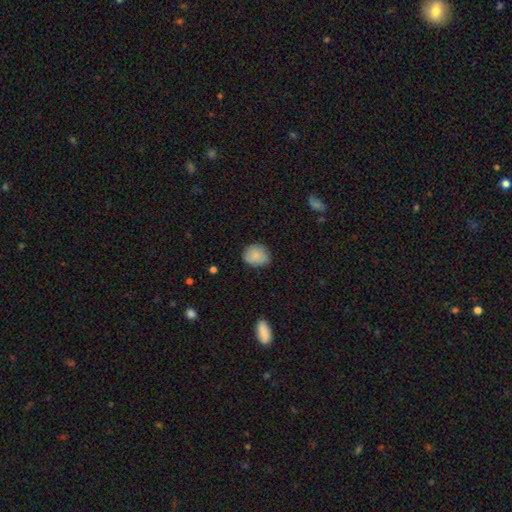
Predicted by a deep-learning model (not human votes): This is clearly a smooth galaxy (82%). How rounded: likely round (63%). Merging: likely none (70%).